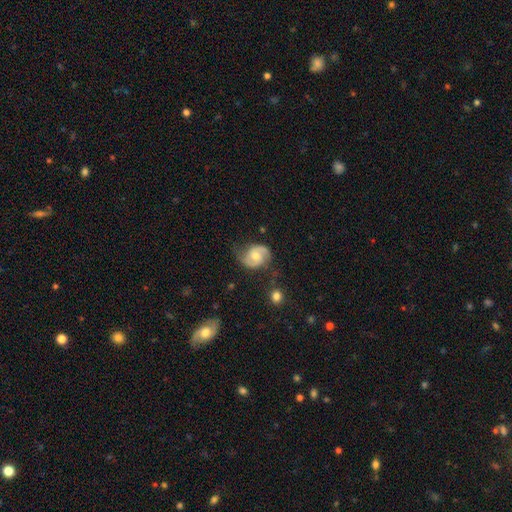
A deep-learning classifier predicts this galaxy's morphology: smooth-or-featured: featured or disk: 79% | smooth: 15% | star or artifact: 6%
  disk-edge-on: no: 98% | yes: 2%
    bar: no: 54% | weak: 39% | strong: 8%
    has-spiral-arms: yes: 95% | no: 5%
      spiral-winding: medium: 52% | tight: 26% | loose: 22%
      spiral-arm-count: 2: 90% | can't tell: 5% | 1: 2% | 3: 1% | 4: 1% | more than 4: 1%
    bulge-size: moderate: 63% | small: 29% | large: 4% | none: 3% | dominant: 1%
  merging: none: 68% | minor disturbance: 22% | major disturbance: 7% | merger: 2%